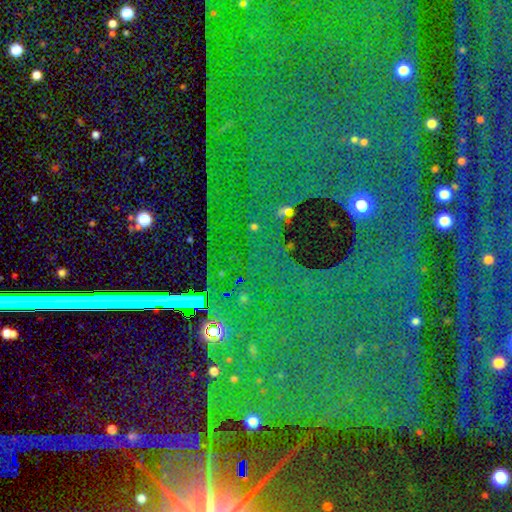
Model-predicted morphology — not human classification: smooth-or-featured: star or artifact: 85% | featured or disk: 9% | smooth: 6%